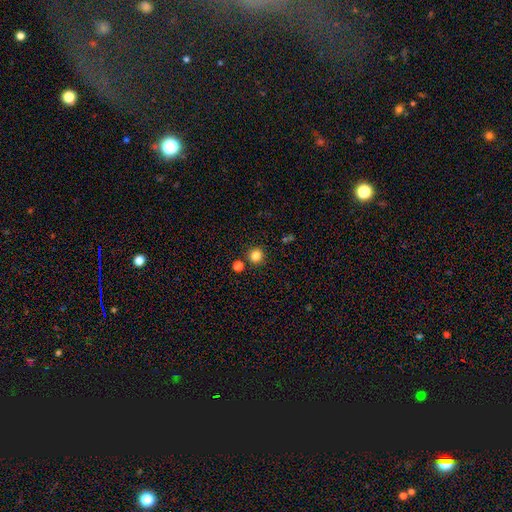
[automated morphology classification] smooth-or-featured: smooth: 84% | star or artifact: 12% | featured or disk: 4%
  how-rounded: round: 93% | in between: 6% | cigar-shaped: 1%
  merging: none: 86% | minor disturbance: 6% | merger: 5% | major disturbance: 2%